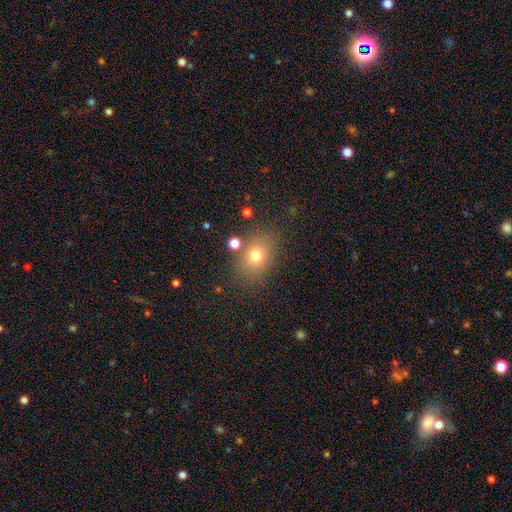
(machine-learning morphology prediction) This is likely a smooth galaxy (73%). How rounded: possibly in between (55%). Merging: likely none (76%).